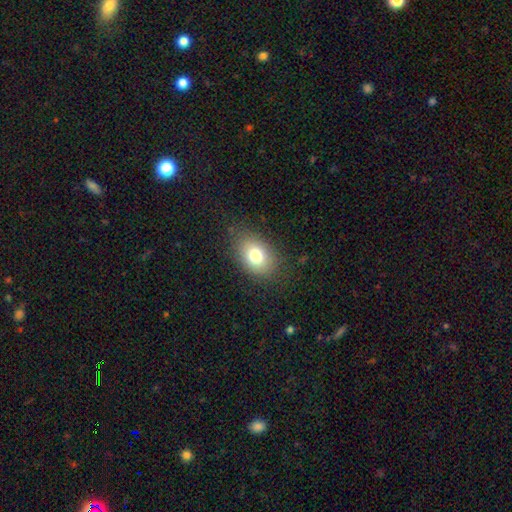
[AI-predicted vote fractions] Smooth or featured? Predicted: smooth (p=0.77). How rounded? Predicted: in between (p=0.75). Merging? Predicted: none (p=0.81).